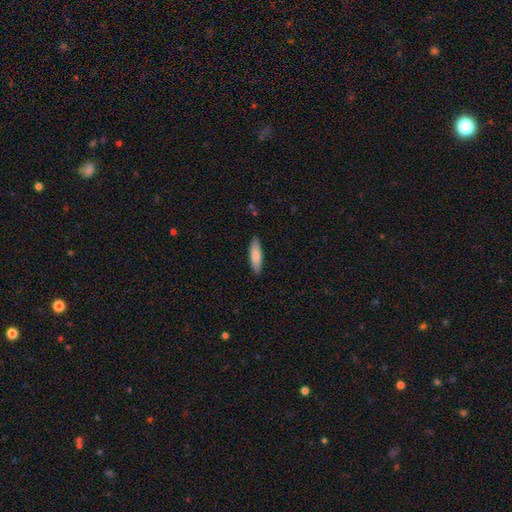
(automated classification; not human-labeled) This appears to be a smooth galaxy with no disk features (83%) that is cigar-shaped (60%). Merging: none (89%).